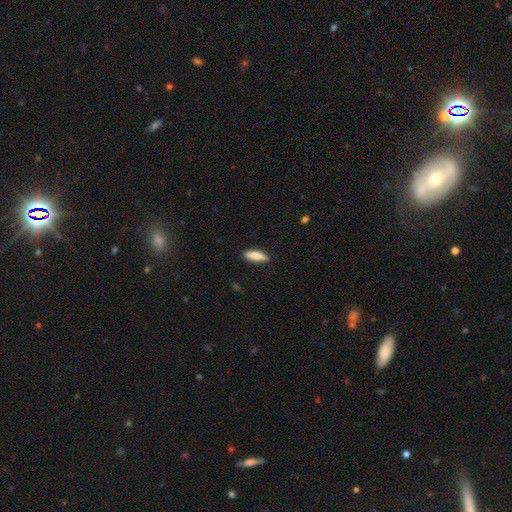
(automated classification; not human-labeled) Smooth or featured?
  - smooth: 81% *
  - featured or disk: 13%
  - star or artifact: 6%
How rounded?
  - in between: 54% *
  - cigar-shaped: 44%
  - round: 2%
Merging?
  - none: 85% *
  - minor disturbance: 12%
  - major disturbance: 2%
  - merger: 1%